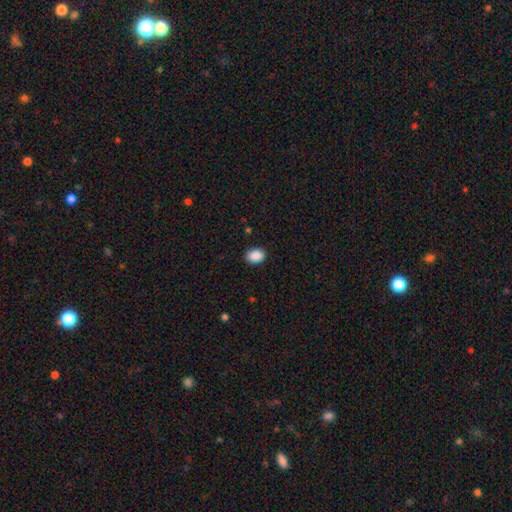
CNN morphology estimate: A smooth galaxy with no disk features (90%) that is in between round and cigar-shaped (70%). Merging: none (89%).